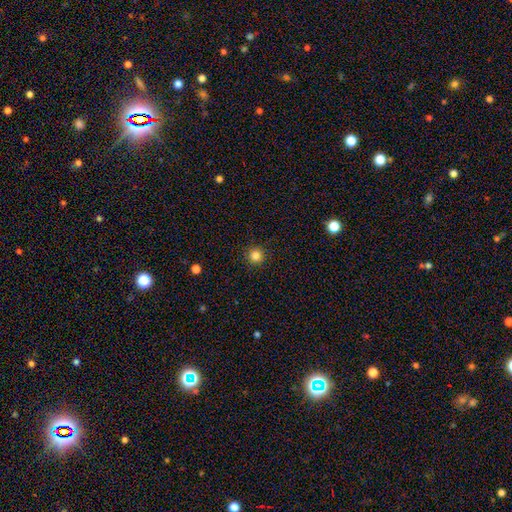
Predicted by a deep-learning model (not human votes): smooth-or-featured: smooth: 83% | star or artifact: 12% | featured or disk: 4%
  how-rounded: round: 95% | in between: 4% | cigar-shaped: 1%
  merging: none: 92% | minor disturbance: 5% | major disturbance: 2% | merger: 1%